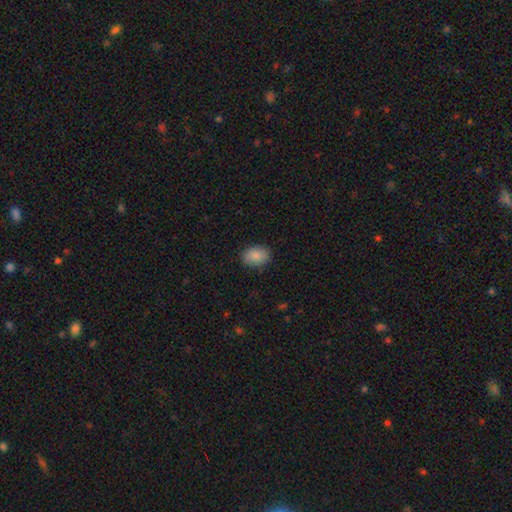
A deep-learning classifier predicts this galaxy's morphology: smooth_or_featured: smooth (p=0.87) [alt: star or artifact p=0.07]
how_rounded: in between (p=0.78) [alt: round p=0.21]
merging: none (p=0.87) [alt: minor disturbance p=0.10]